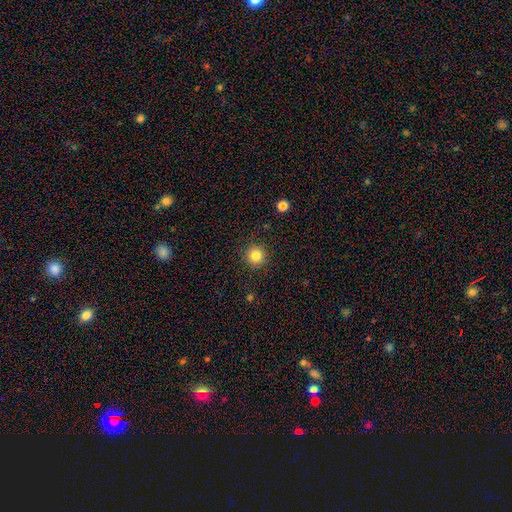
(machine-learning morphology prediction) A smooth galaxy with no disk features (83%) that is round (94%).

Vote fractions:
- Smooth or featured? smooth: 83% / star or artifact: 11% / featured or disk: 5%
- How rounded? round: 94% / in between: 5% / cigar-shaped: 1%
- Merging? none: 91% / minor disturbance: 6% / major disturbance: 2% / merger: 1%